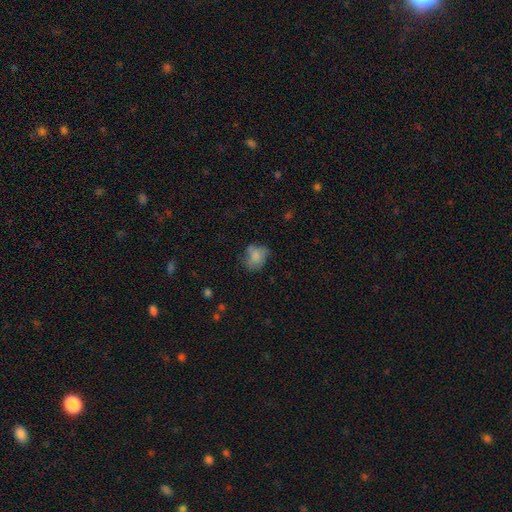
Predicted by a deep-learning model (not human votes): smooth_or_featured: smooth (p=0.69) [alt: featured or disk p=0.20]
how_rounded: round (p=0.50) [alt: in between p=0.48]
merging: none (p=0.53) [alt: minor disturbance p=0.28]